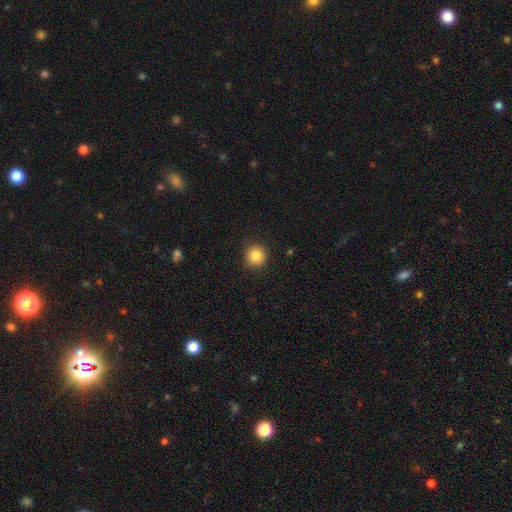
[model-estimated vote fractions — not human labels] Q: Smooth or featured?
A: smooth (85%); runner-up: star or artifact (10%)
Q: How rounded?
A: round (93%); runner-up: in between (6%)
Q: Merging?
A: none (90%); runner-up: minor disturbance (7%)